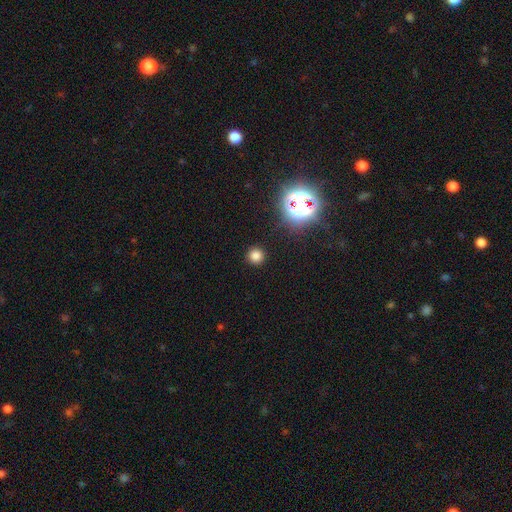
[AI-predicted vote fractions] This appears to be a smooth galaxy with no disk features (76%) that is round (94%). Merging: none (90%).